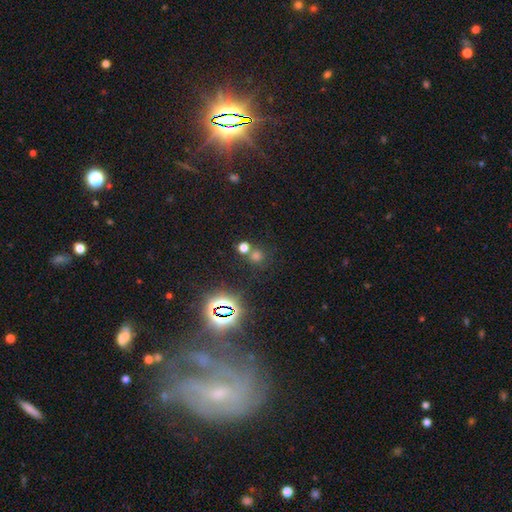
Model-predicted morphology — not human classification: Smooth or featured?
  - smooth: 50% *
  - star or artifact: 42%
  - featured or disk: 8%
Merging?
  - none: 61% *
  - merger: 28%
  - minor disturbance: 7%
  - major disturbance: 4%